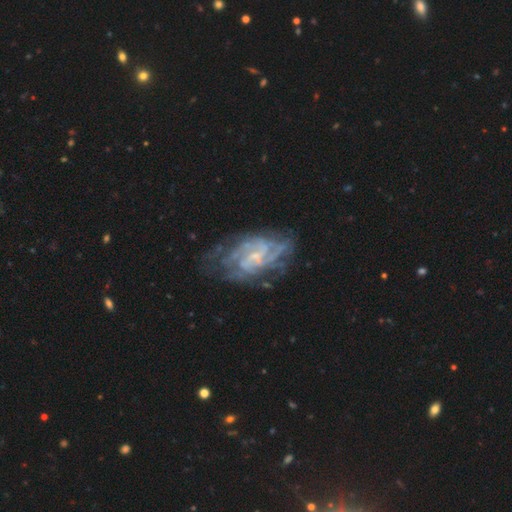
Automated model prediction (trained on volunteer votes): Smooth or featured?
  - featured or disk: 85% *
  - smooth: 8%
  - star or artifact: 7%
Edge-on disk?
  - no: 96% *
  - yes: 4%
Bar?
  - weak: 46% *
  - no: 42%
  - strong: 12%
Spiral arms?
  - yes: 92% *
  - no: 8%
Spiral winding?
  - tight: 50% *
  - medium: 38%
  - loose: 12%
Spiral arm count?
  - can't tell: 39% *
  - 2: 21%
  - 3: 16%
  - 4: 13%
  - more than 4: 6%
  - 1: 6%
Bulge size?
  - small: 66% *
  - moderate: 18%
  - none: 14%
  - large: 1%
  - dominant: 1%
Merging?
  - none: 62% *
  - minor disturbance: 21%
  - major disturbance: 14%
  - merger: 3%